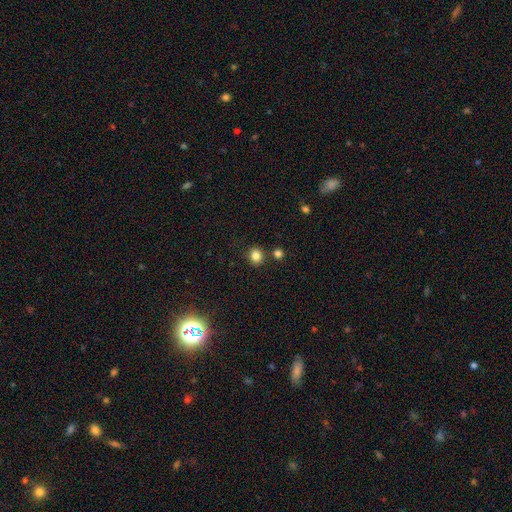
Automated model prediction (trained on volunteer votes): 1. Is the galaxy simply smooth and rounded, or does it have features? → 83% smooth, 12% star or artifact, 5% featured or disk.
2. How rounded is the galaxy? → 82% round, 17% in between, 1% cigar-shaped.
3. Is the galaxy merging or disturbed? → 82% none, 9% minor disturbance, 7% merger, 3% major disturbance.